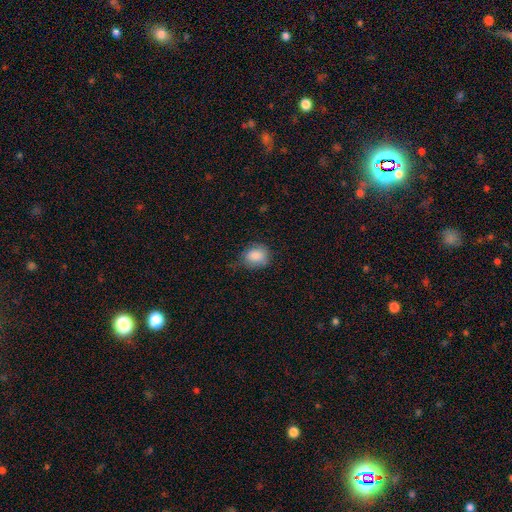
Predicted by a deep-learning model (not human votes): Smooth or featured: smooth — 85% (star or artifact — 8%)
How rounded: round — 54% (in between — 45%)
Merging: none — 60% (minor disturbance — 30%)